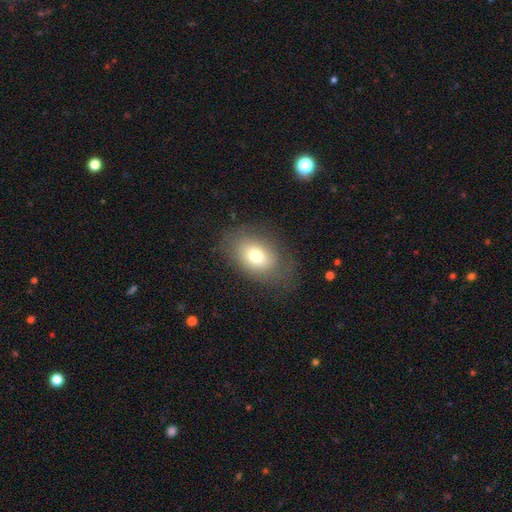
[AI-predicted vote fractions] Smooth or featured: smooth — 73% (featured or disk — 16%)
How rounded: in between — 80% (round — 19%)
Merging: none — 74% (minor disturbance — 17%)